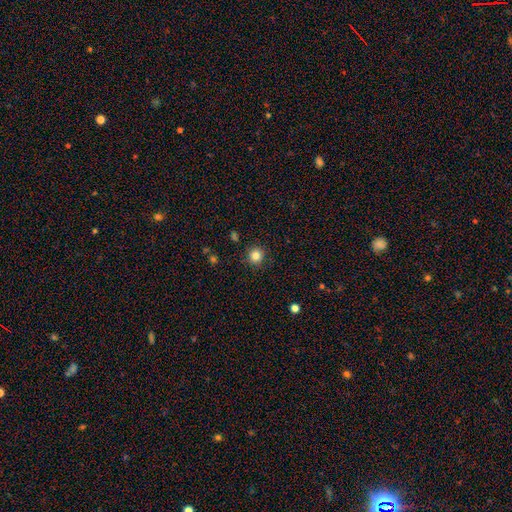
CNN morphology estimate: Q: Smooth or featured?
A: smooth (83%); runner-up: star or artifact (12%)
Q: How rounded?
A: round (94%); runner-up: in between (6%)
Q: Merging?
A: none (90%); runner-up: minor disturbance (7%)